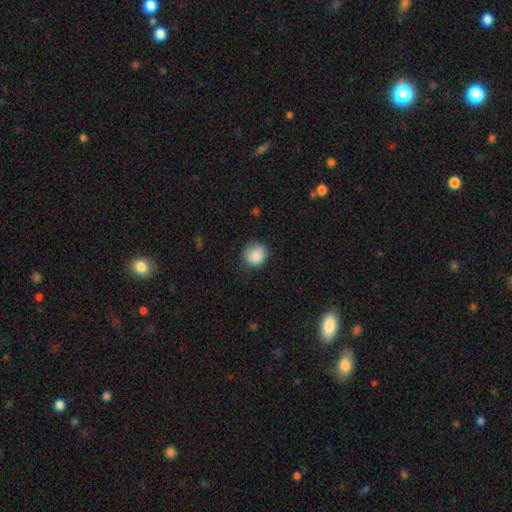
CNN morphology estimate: smooth 88%, star or artifact 8%, featured or disk 4%. Down the decision tree: how rounded — round (84%); merging — none (79%).